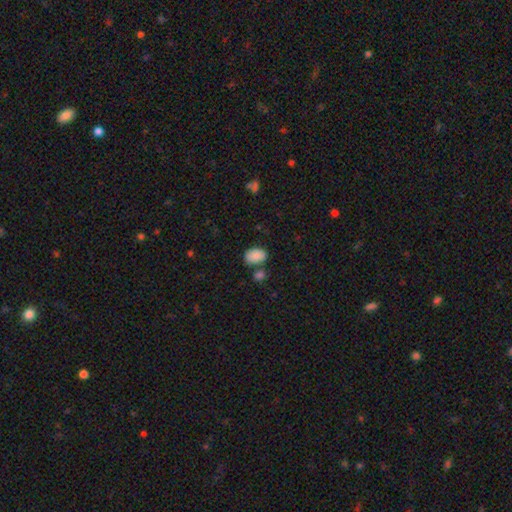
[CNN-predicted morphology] smooth_or_featured: smooth (p=0.88) [alt: star or artifact p=0.08]
how_rounded: in between (p=0.88) [alt: round p=0.11]
merging: none (p=0.67) [alt: merger p=0.15]